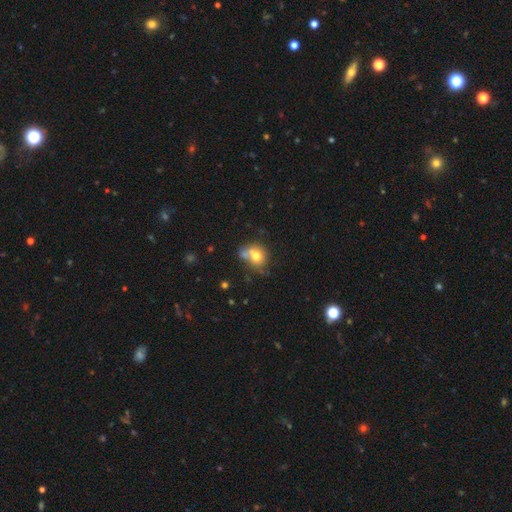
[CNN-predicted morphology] Overall: smooth (69%). How rounded: round (62%; in between 37%). Merging: none (37%; merger 36%).